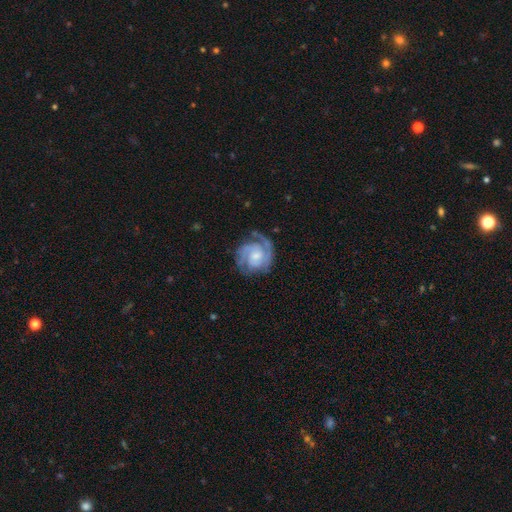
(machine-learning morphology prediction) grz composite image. It shows a featured or disk galaxy (88%) with no bar (58%), 2 (59%) tight (58%) spiral arms (97%) and a small central bulge (45%). Merging: none (70%).